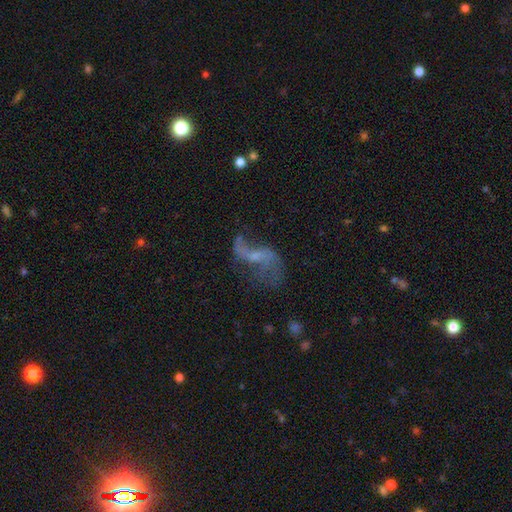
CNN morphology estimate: smooth-or-featured: featured or disk: 78% | star or artifact: 12% | smooth: 11%
  disk-edge-on: no: 95% | yes: 5%
    bar: weak: 42% | no: 41% | strong: 17%
    has-spiral-arms: yes: 86% | no: 14%
      spiral-winding: loose: 88% | medium: 9% | tight: 3%
      spiral-arm-count: 2: 86% | 1: 5% | can't tell: 4% | 3: 2% | 4: 1% | more than 4: 1%
    bulge-size: small: 59% | none: 23% | moderate: 16% | large: 1% | dominant: 1%
  merging: none: 54% | major disturbance: 22% | minor disturbance: 19% | merger: 6%